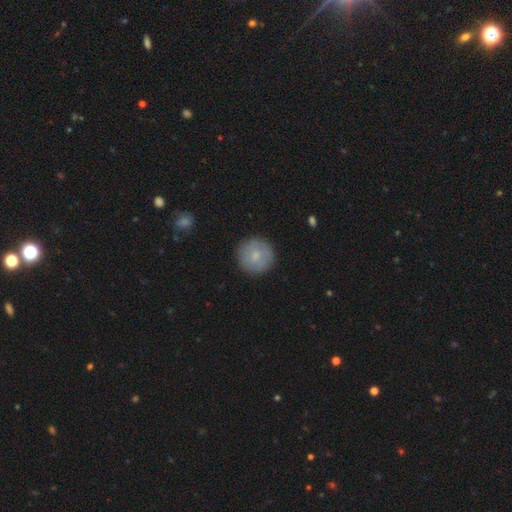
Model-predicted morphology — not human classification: A smooth galaxy with no disk features (76%) that is round (96%). Merging: none (89%).